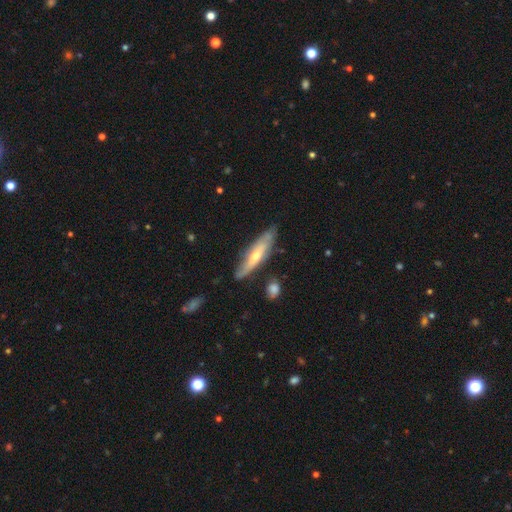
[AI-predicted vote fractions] This appears to be a featured or disk galaxy (60%) viewed edge-on (60%). Merging: none (74%).